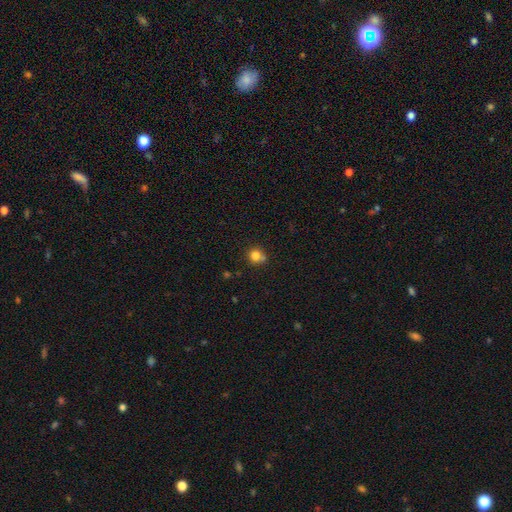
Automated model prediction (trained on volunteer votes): Smooth or featured?
  - smooth: 80% *
  - star or artifact: 12%
  - featured or disk: 7%
How rounded?
  - round: 89% *
  - in between: 10%
  - cigar-shaped: 1%
Merging?
  - none: 65% *
  - merger: 18%
  - minor disturbance: 13%
  - major disturbance: 4%